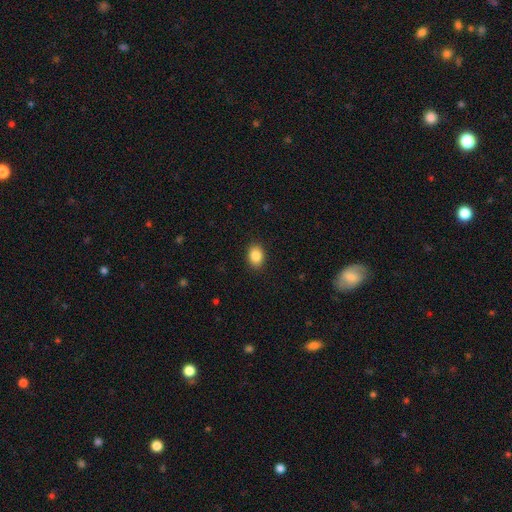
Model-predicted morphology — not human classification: smooth 87%, star or artifact 8%, featured or disk 5%. Down the decision tree: how rounded — in between (67%); merging — none (90%).